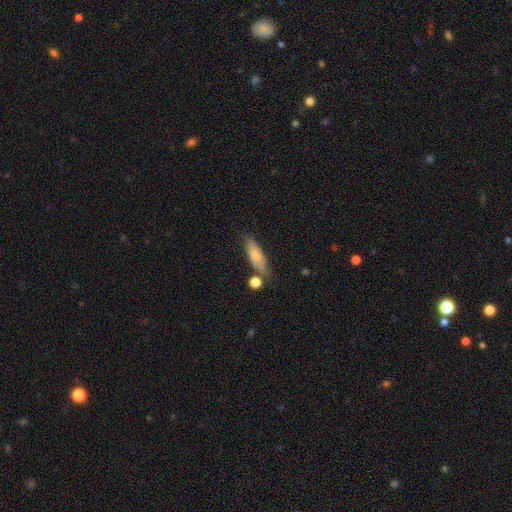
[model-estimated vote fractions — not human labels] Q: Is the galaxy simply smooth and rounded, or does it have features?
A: smooth — 74%.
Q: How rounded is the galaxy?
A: in between — 51%.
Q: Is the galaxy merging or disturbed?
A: none — 67%.